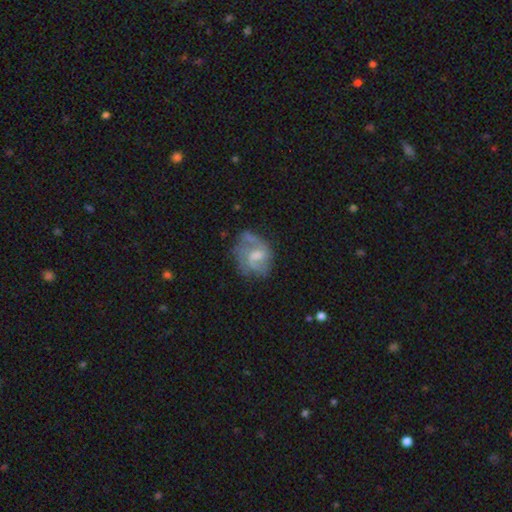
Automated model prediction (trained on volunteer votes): Smooth or featured? Predicted: featured or disk (p=0.68). Edge-on disk? Predicted: no (p=0.98). Bar? Predicted: weak (p=0.55). Spiral arms? Predicted: yes (p=0.80). Spiral winding? Predicted: medium (p=0.46). Spiral arm count? Predicted: 2 (p=0.54). Bulge size? Predicted: moderate (p=0.43). Merging? Predicted: none (p=0.48).